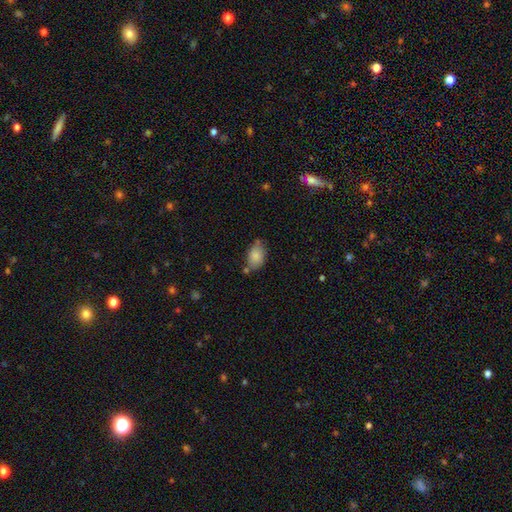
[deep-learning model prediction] This is clearly a smooth galaxy (83%). How rounded: clearly in between (87%). Merging: possibly none (59%).